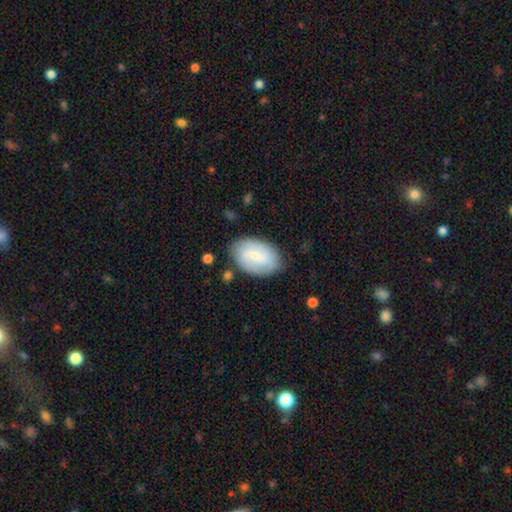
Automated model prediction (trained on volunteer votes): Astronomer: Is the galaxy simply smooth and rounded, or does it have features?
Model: smooth — 52% (runner-up: featured or disk, 42%).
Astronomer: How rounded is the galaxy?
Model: in between — 90%.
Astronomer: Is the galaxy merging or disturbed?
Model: none — 79%.